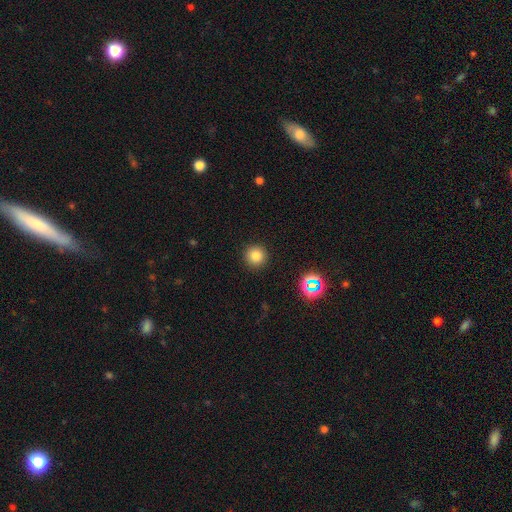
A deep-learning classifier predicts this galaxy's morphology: A smooth galaxy with no disk features (79%) that is round (95%).

Vote fractions:
- Smooth or featured? smooth: 79% / star or artifact: 15% / featured or disk: 6%
- How rounded? round: 95% / in between: 4% / cigar-shaped: 1%
- Merging? none: 91% / minor disturbance: 5% / major disturbance: 2% / merger: 1%